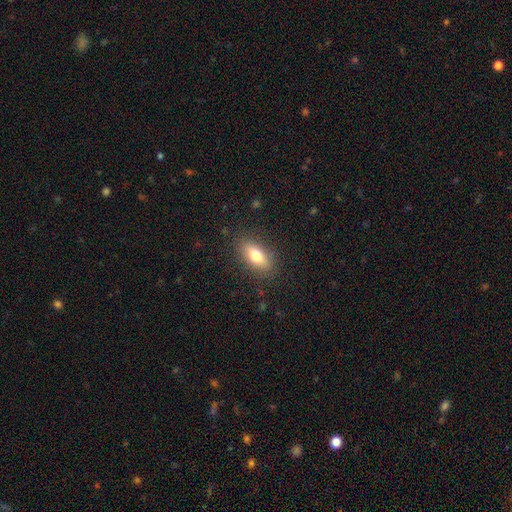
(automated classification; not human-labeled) smooth_or_featured: smooth (p=0.73) [alt: featured or disk p=0.19]
how_rounded: in between (p=0.80) [alt: cigar-shaped p=0.15]
merging: none (p=0.86) [alt: minor disturbance p=0.10]